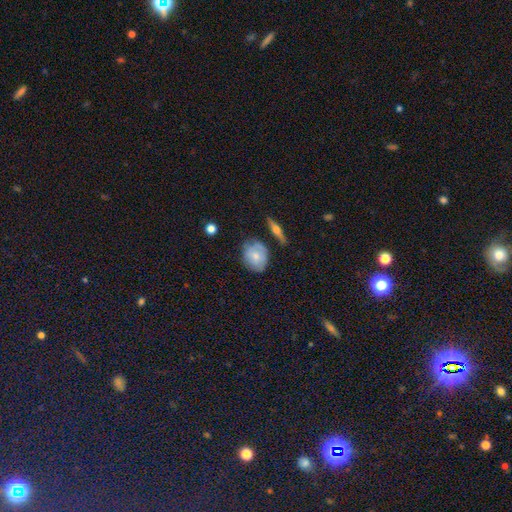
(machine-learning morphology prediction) A smooth galaxy with no disk features (66%) that is in between round and cigar-shaped (50%).

Vote fractions:
- Smooth or featured? smooth: 66% / featured or disk: 27% / star or artifact: 7%
- How rounded? in between: 50% / round: 48% / cigar-shaped: 2%
- Merging? none: 64% / minor disturbance: 26% / major disturbance: 6% / merger: 5%